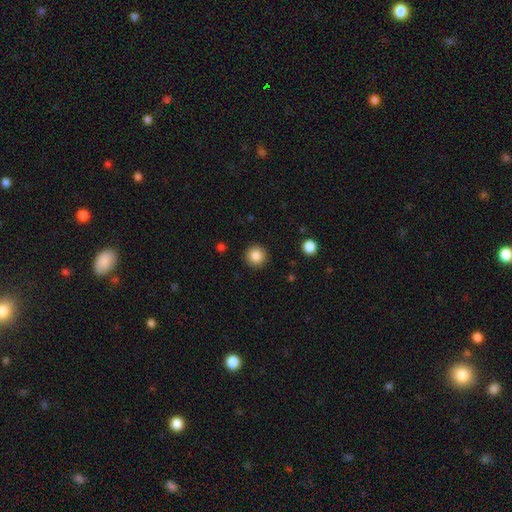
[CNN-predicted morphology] smooth-or-featured: smooth: 85% | star or artifact: 10% | featured or disk: 5%
  how-rounded: round: 96% | in between: 3% | cigar-shaped: 1%
  merging: none: 92% | minor disturbance: 5% | major disturbance: 2% | merger: 1%